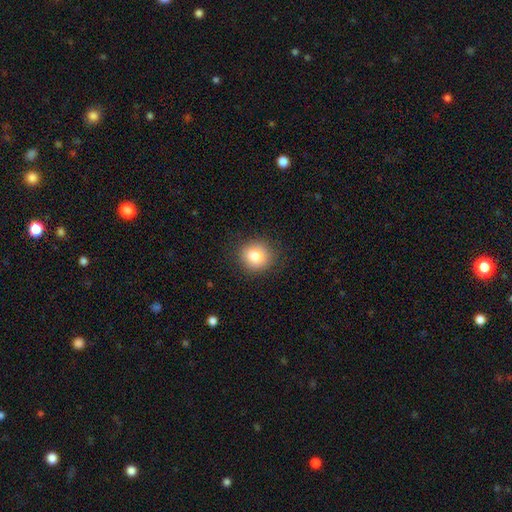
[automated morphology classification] Smooth or featured? Predicted: smooth (p=0.83). How rounded? Predicted: round (p=0.87). Merging? Predicted: none (p=0.88).